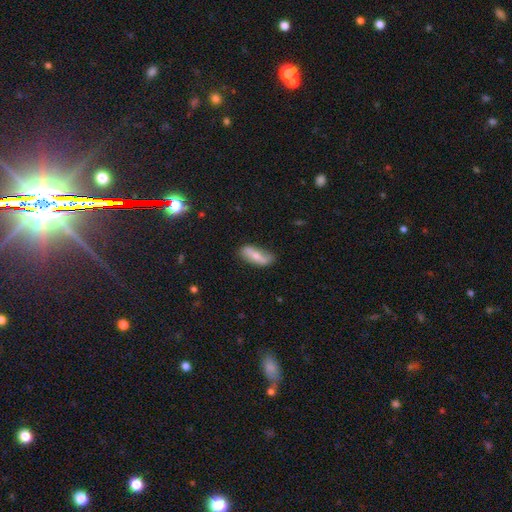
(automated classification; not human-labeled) Smooth or featured: smooth — 53% (featured or disk — 41%)
How rounded: in between — 69% (cigar-shaped — 28%)
Merging: none — 73% (minor disturbance — 20%)